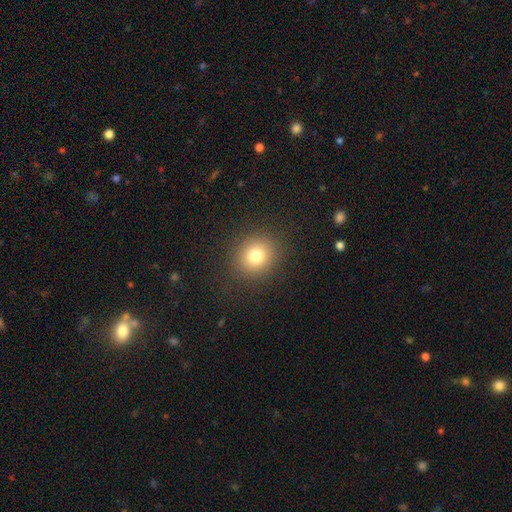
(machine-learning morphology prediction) Smooth or featured?
  - smooth: 79% *
  - star or artifact: 13%
  - featured or disk: 8%
How rounded?
  - round: 84% *
  - in between: 15%
  - cigar-shaped: 1%
Merging?
  - none: 89% *
  - minor disturbance: 7%
  - major disturbance: 3%
  - merger: 1%